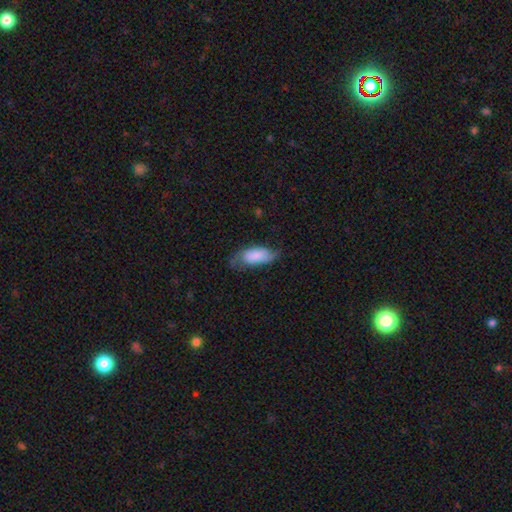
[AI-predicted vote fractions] The model was most divided on "merging": none: 50%, minor disturbance: 33%, major disturbance: 15%, merger: 2%. More confident: how rounded — in between (85%); smooth or featured — smooth (68%).